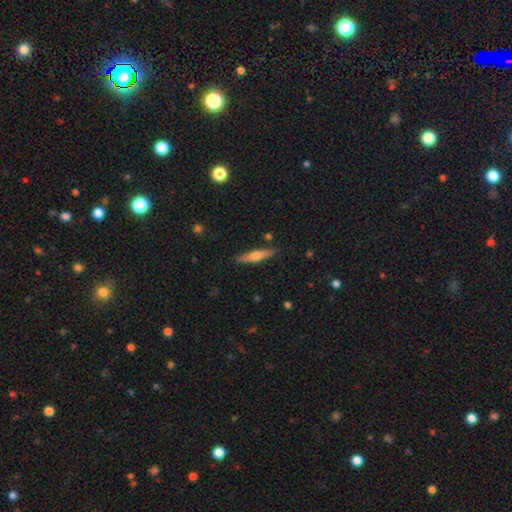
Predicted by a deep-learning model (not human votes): Smooth or featured?
  - smooth: 52% *
  - featured or disk: 41%
  - star or artifact: 7%
How rounded?
  - cigar-shaped: 84% *
  - in between: 14%
  - round: 2%
Merging?
  - none: 86% *
  - minor disturbance: 10%
  - major disturbance: 2%
  - merger: 2%